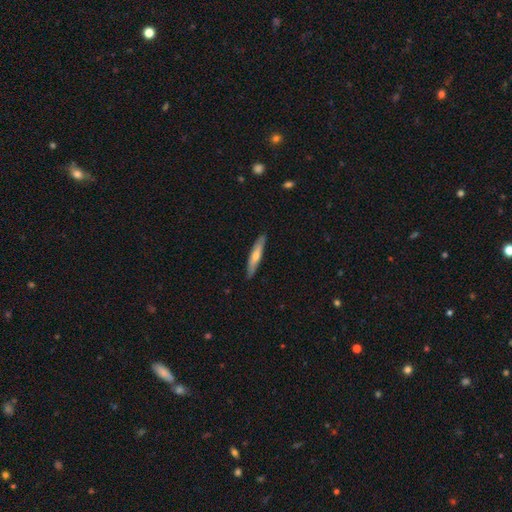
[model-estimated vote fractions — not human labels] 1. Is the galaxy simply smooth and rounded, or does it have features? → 56% smooth, 39% featured or disk, 5% star or artifact.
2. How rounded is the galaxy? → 88% cigar-shaped, 10% in between, 2% round.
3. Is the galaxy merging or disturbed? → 88% none, 9% minor disturbance, 2% major disturbance, 1% merger.